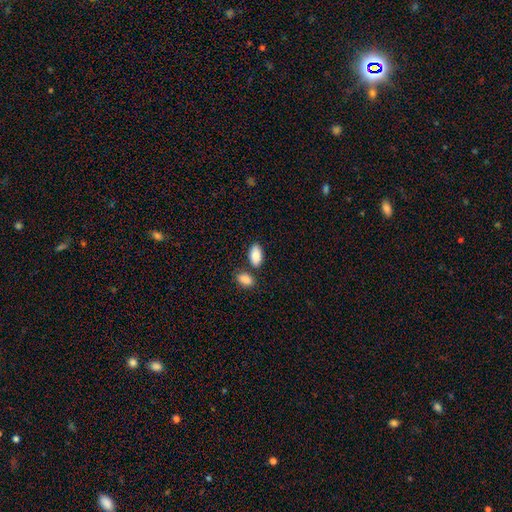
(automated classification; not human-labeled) Overall: smooth (87%). How rounded: in between (94%). Merging: none (71%).